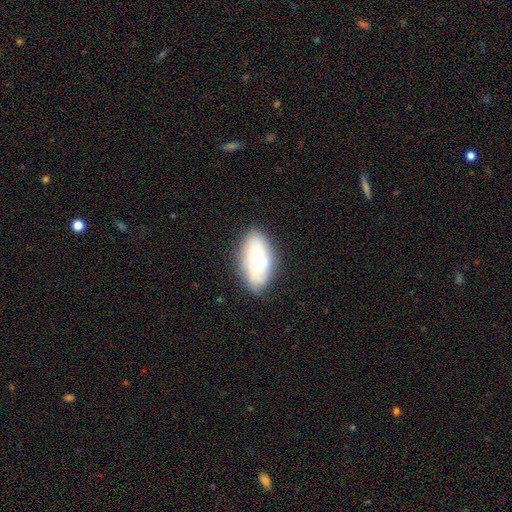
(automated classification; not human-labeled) Morphology: type=featured or disk (48%); merging=none (50%).